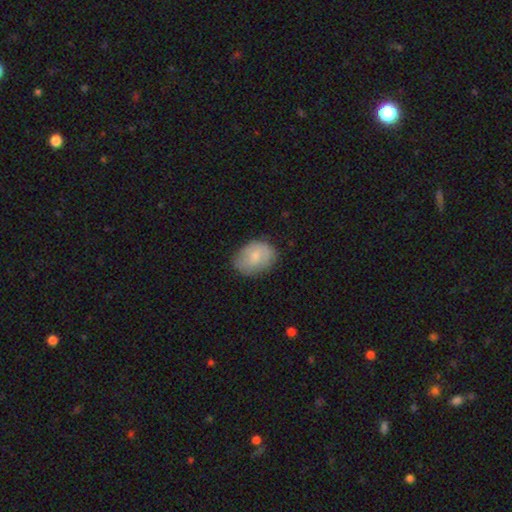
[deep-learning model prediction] Q: Smooth or featured?
A: smooth (73%); runner-up: featured or disk (20%)
Q: How rounded?
A: in between (74%); runner-up: round (25%)
Q: Merging?
A: none (71%); runner-up: minor disturbance (23%)